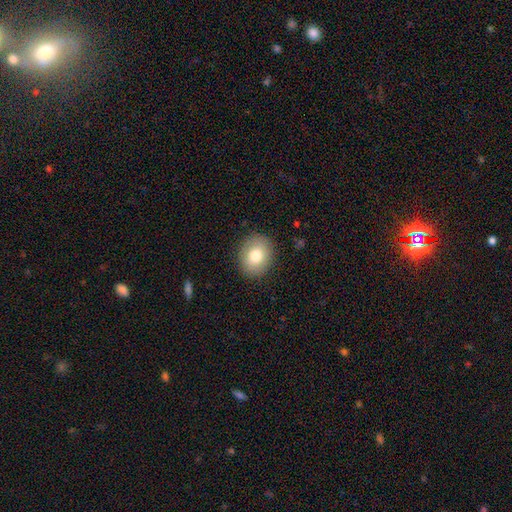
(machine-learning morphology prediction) Q: Smooth or featured?
A: smooth (80%); runner-up: featured or disk (12%)
Q: How rounded?
A: round (56%); runner-up: in between (44%)
Q: Merging?
A: none (88%); runner-up: minor disturbance (8%)